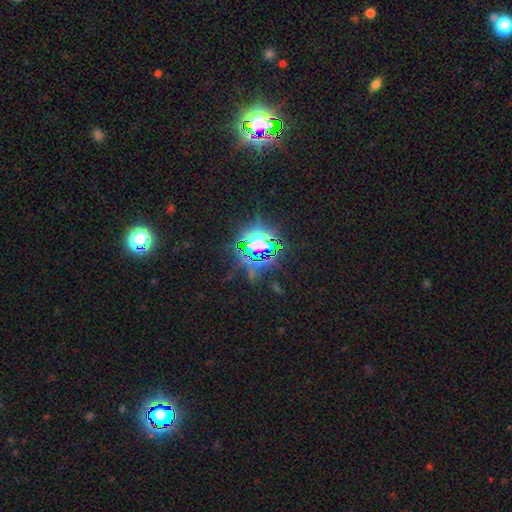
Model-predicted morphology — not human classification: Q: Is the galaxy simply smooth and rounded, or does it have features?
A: star or artifact — 81%.